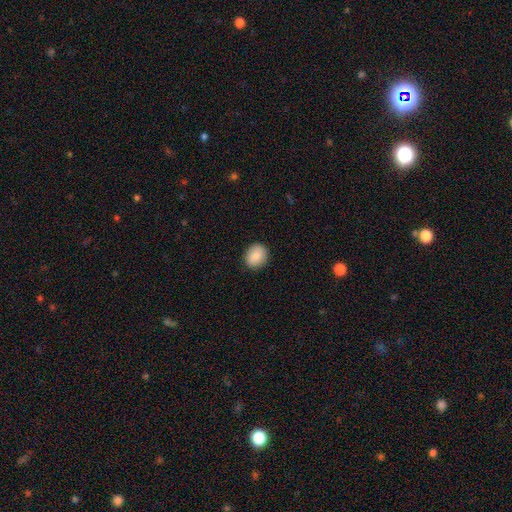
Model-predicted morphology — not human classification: Smooth or featured? Predicted: smooth (p=0.88). How rounded? Predicted: round (p=0.72). Merging? Predicted: none (p=0.89).